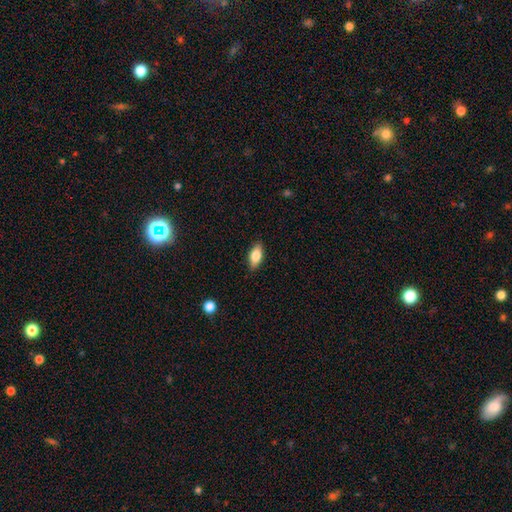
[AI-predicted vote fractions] smooth-or-featured: smooth: 77% | featured or disk: 16% | star or artifact: 7%
  how-rounded: in between: 84% | cigar-shaped: 12% | round: 3%
  merging: none: 87% | minor disturbance: 10% | major disturbance: 2% | merger: 1%